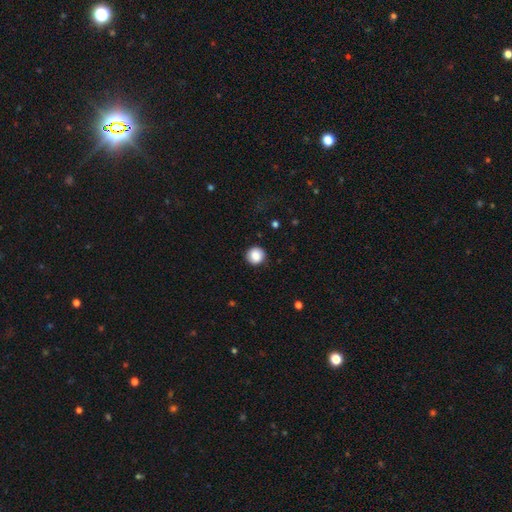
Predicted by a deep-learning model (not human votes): A smooth galaxy with no disk features (88%) that is round (94%). Merging: none (89%).